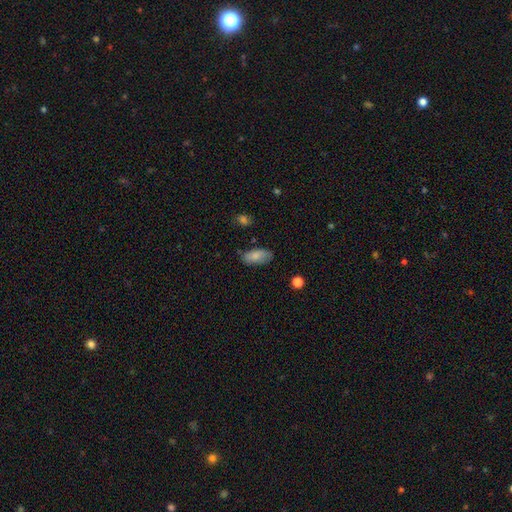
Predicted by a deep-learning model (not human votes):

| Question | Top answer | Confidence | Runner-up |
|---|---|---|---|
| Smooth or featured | smooth | 82% | featured or disk (11%) |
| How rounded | in between | 90% | cigar-shaped (8%) |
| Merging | none | 73% | minor disturbance (20%) |